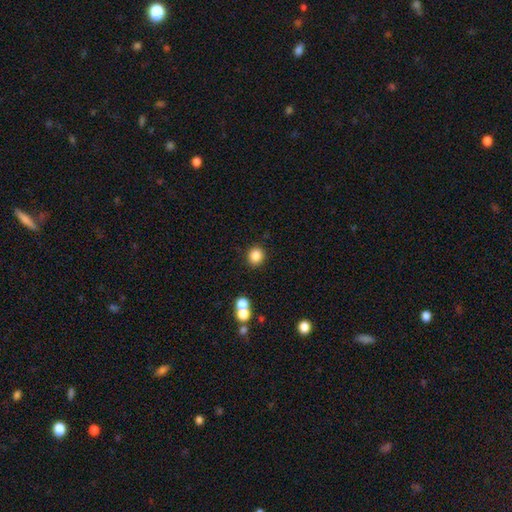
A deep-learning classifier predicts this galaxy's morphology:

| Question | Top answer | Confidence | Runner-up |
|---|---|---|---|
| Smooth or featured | smooth | 84% | star or artifact (11%) |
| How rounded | round | 83% | in between (16%) |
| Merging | none | 86% | minor disturbance (7%) |